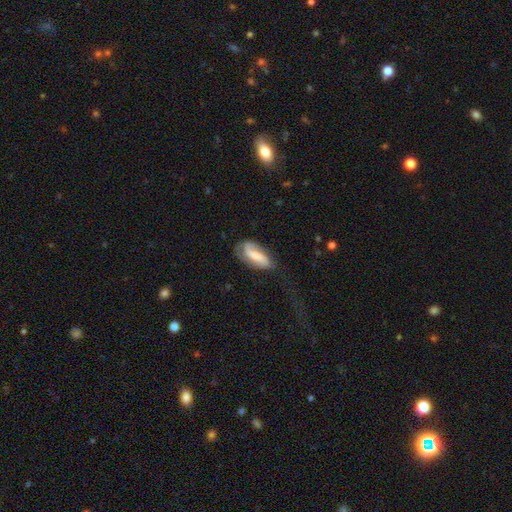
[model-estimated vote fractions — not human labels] smooth-or-featured: smooth: 53% | featured or disk: 41% | star or artifact: 7%
  how-rounded: in between: 77% | cigar-shaped: 21% | round: 3%
  merging: none: 48% | minor disturbance: 30% | major disturbance: 20% | merger: 2%